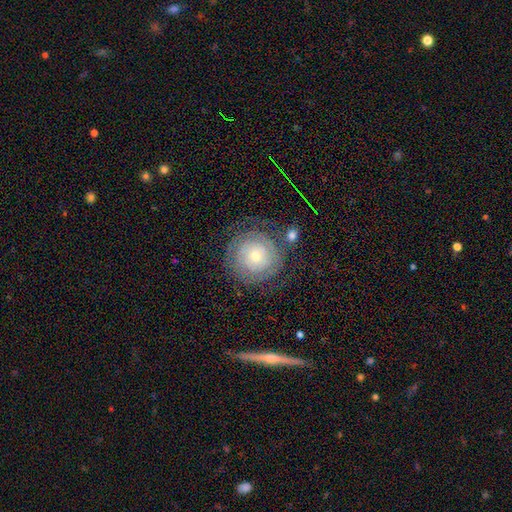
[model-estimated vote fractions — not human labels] Smooth or featured?
  - featured or disk: 68% *
  - smooth: 24%
  - star or artifact: 8%
Edge-on disk?
  - no: 96% *
  - yes: 4%
Bar?
  - no: 84% *
  - weak: 12%
  - strong: 4%
Spiral arms?
  - yes: 85% *
  - no: 15%
Spiral winding?
  - tight: 84% *
  - medium: 12%
  - loose: 4%
Spiral arm count?
  - can't tell: 46% *
  - 2: 26%
  - 3: 10%
  - 4: 6%
  - 1: 6%
  - more than 4: 5%
Bulge size?
  - small: 57% *
  - moderate: 37%
  - large: 3%
  - dominant: 1%
  - none: 1%
Merging?
  - none: 77% *
  - minor disturbance: 13%
  - major disturbance: 7%
  - merger: 3%